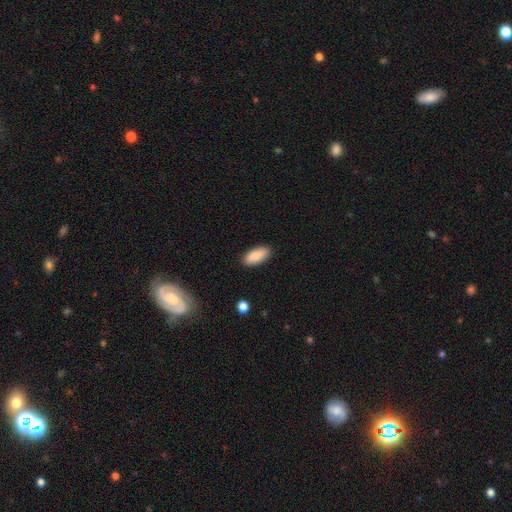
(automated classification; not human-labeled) A smooth galaxy with no disk features (89%) that is in between round and cigar-shaped (88%). Merging: none (87%).